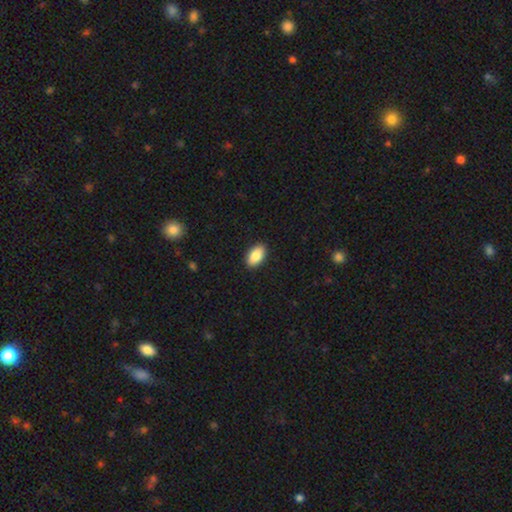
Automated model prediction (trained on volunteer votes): Smooth or featured: smooth — 87% (star or artifact — 7%)
How rounded: in between — 93% (round — 4%)
Merging: none — 90% (minor disturbance — 7%)